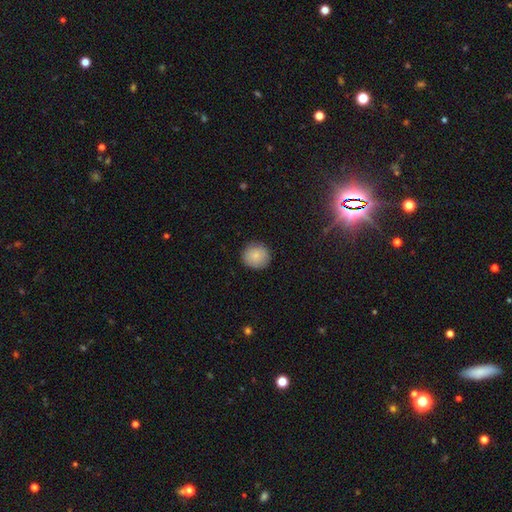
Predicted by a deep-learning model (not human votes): A smooth galaxy with no disk features (85%) that is round (90%). Merging: none (88%).